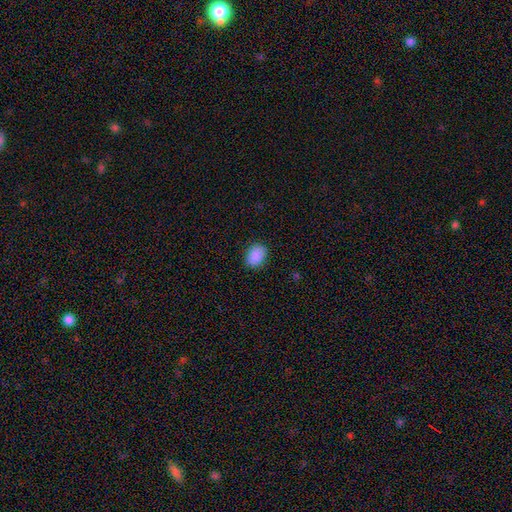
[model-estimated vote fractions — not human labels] Morphology: type=smooth (89%); roundness=in between (77%); merging=none (86%).